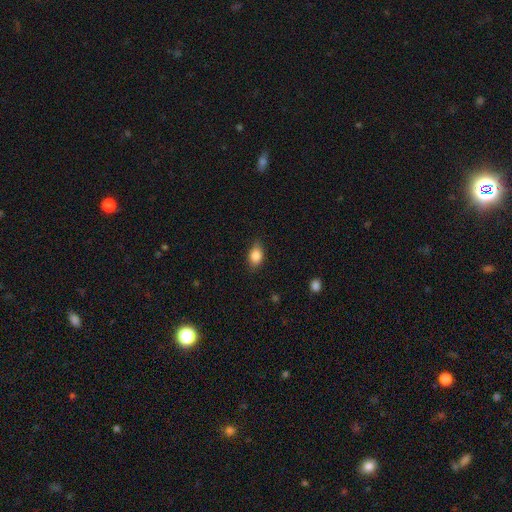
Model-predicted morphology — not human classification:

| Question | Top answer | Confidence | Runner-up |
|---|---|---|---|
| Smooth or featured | smooth | 85% | star or artifact (8%) |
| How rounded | in between | 81% | round (16%) |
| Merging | none | 78% | minor disturbance (18%) |